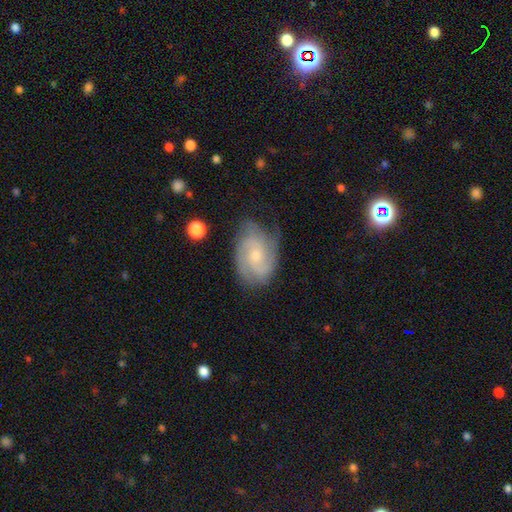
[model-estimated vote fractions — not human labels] This is likely a featured or disk galaxy (78%). It is clearly not viewed edge-on (97%). Bar: likely no (69%). Spiral arm pattern: clearly yes (95%). Spiral arm count: marginally 2 (31%). Spiral winding: possibly tight (51%). Central bulge: likely small (66%). Merging: likely none (69%).